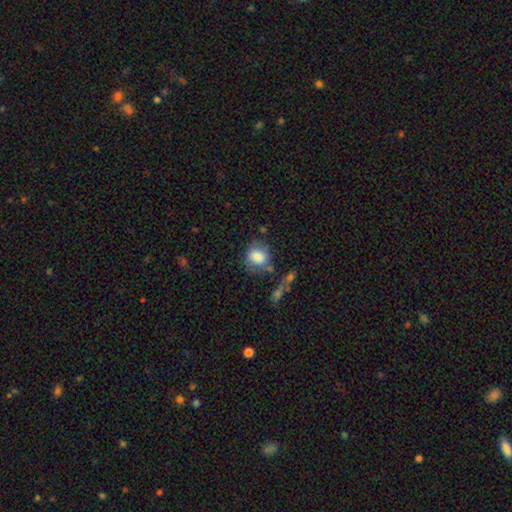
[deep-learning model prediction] The model was most divided on "merging": none: 53%, minor disturbance: 25%, major disturbance: 12%, merger: 10%. More confident: smooth or featured — smooth (78%); how rounded — round (68%).